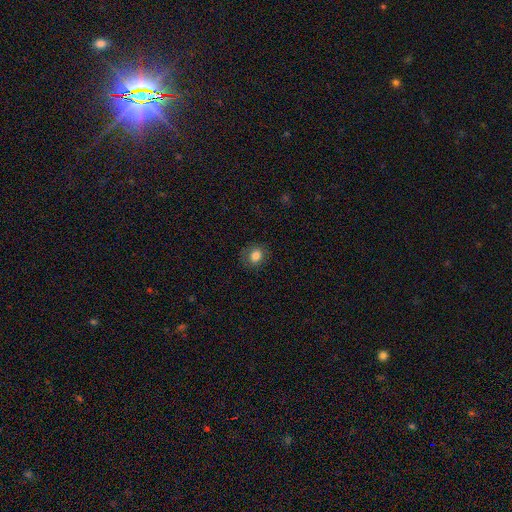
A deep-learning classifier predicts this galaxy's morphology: Smooth or featured? Predicted: smooth (p=0.81). How rounded? Predicted: round (p=0.65). Merging? Predicted: none (p=0.83).